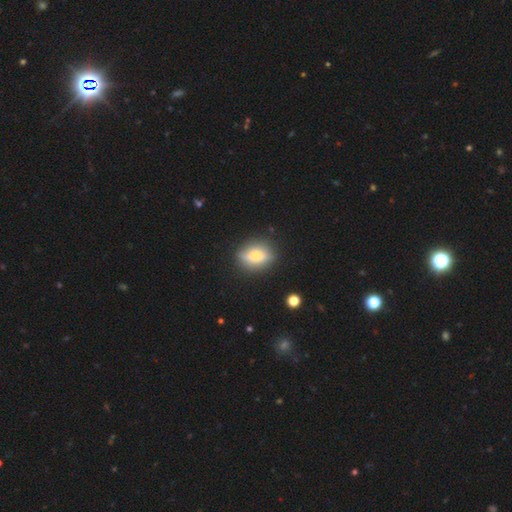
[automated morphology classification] Overall: smooth (51%; featured or disk 39%). How rounded: in between (59%; round 31%). Merging: none (81%).